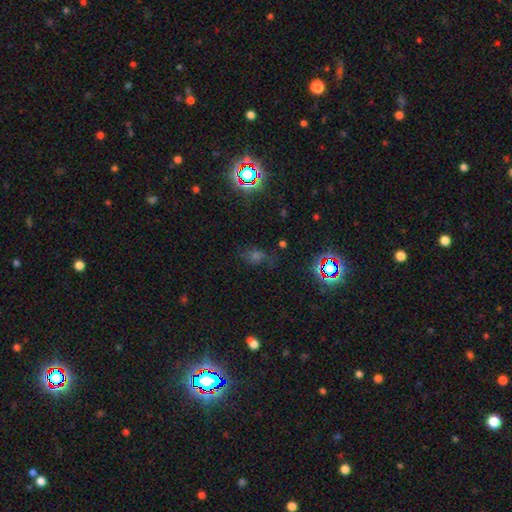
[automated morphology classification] smooth-or-featured: star or artifact: 50% | smooth: 33% | featured or disk: 17%